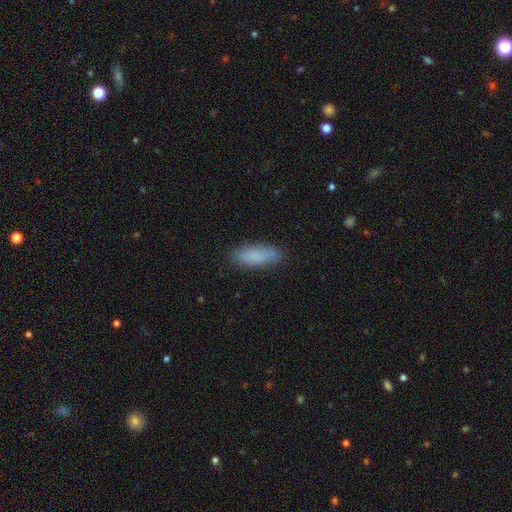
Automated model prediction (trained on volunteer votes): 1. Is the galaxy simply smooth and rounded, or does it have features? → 85% smooth, 8% featured or disk, 7% star or artifact.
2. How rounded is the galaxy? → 59% in between, 40% cigar-shaped, 2% round.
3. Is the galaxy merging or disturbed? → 83% none, 13% minor disturbance, 3% major disturbance, 1% merger.